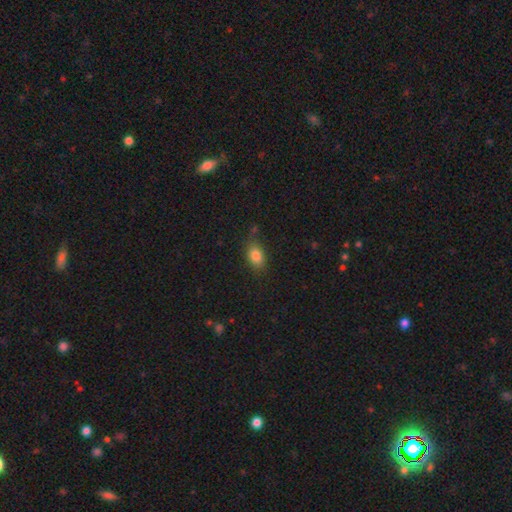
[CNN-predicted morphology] Q: Smooth or featured?
A: smooth (83%); runner-up: star or artifact (10%)
Q: How rounded?
A: in between (83%); runner-up: round (14%)
Q: Merging?
A: none (75%); runner-up: minor disturbance (18%)